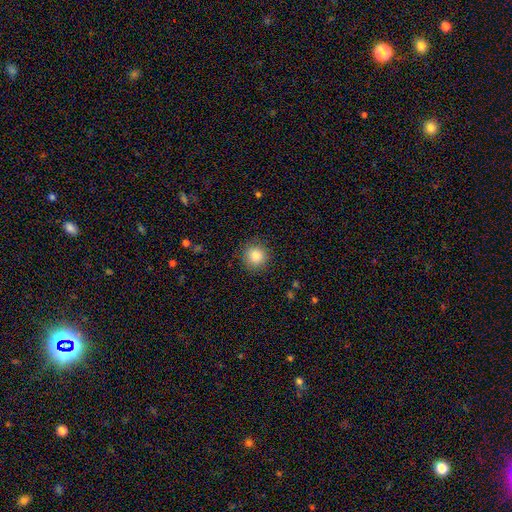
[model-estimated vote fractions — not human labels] smooth 84%, star or artifact 10%, featured or disk 5%. Down the decision tree: how rounded — round (94%); merging — none (89%).